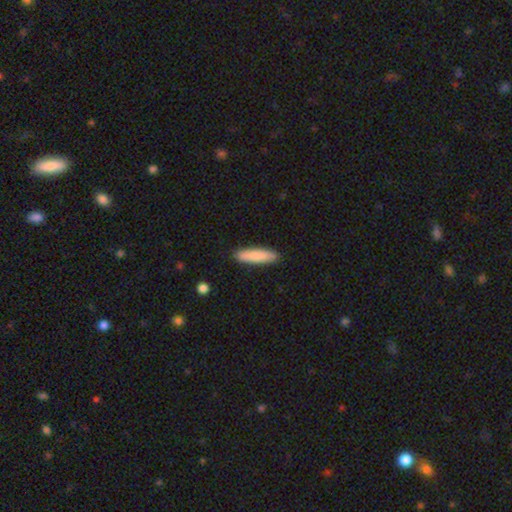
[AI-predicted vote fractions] smooth_or_featured: smooth (p=0.85) [alt: featured or disk p=0.10]
how_rounded: cigar-shaped (p=0.77) [alt: in between p=0.22]
merging: none (p=0.90) [alt: minor disturbance p=0.08]